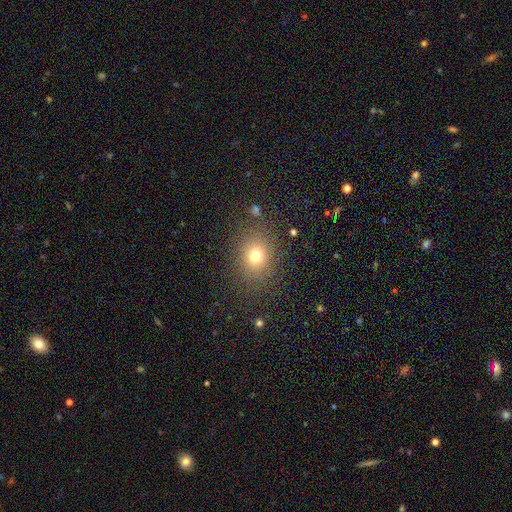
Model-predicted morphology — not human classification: Smooth or featured? Predicted: smooth (p=0.73). How rounded? Predicted: round (p=0.63). Merging? Predicted: none (p=0.84).